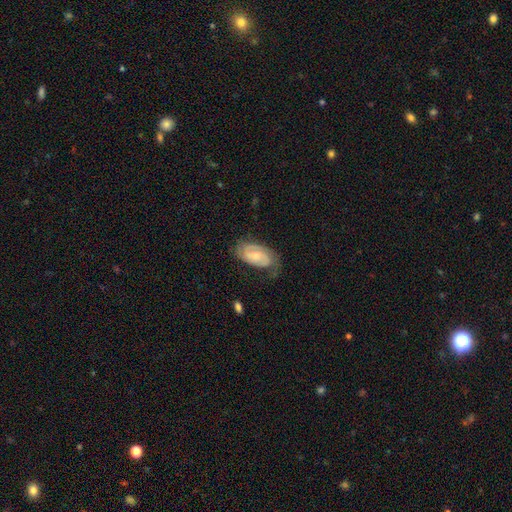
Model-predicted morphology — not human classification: Smooth or featured? featured or disk (71%)
Edge-on disk? no (96%)
Bar? no (60%)
Spiral arms? yes (93%)
Spiral winding? tight (55%)
Spiral arm count? 2 (67%)
Bulge size? small (59%)
Merging? none (62%)